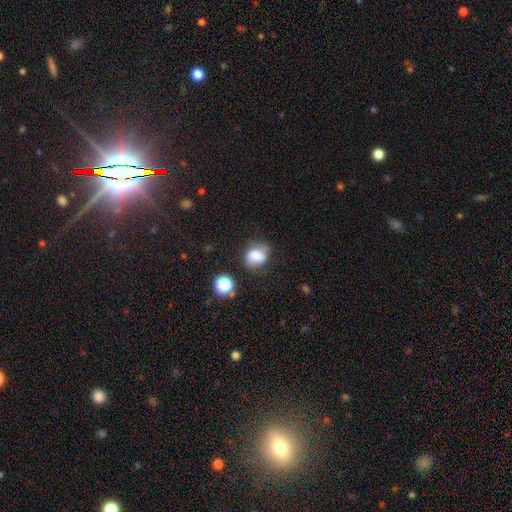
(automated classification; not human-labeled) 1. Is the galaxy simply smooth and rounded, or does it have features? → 67% smooth, 21% featured or disk, 12% star or artifact.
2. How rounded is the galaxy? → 54% round, 44% in between, 1% cigar-shaped.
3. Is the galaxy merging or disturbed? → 54% none, 28% minor disturbance, 11% major disturbance, 6% merger.